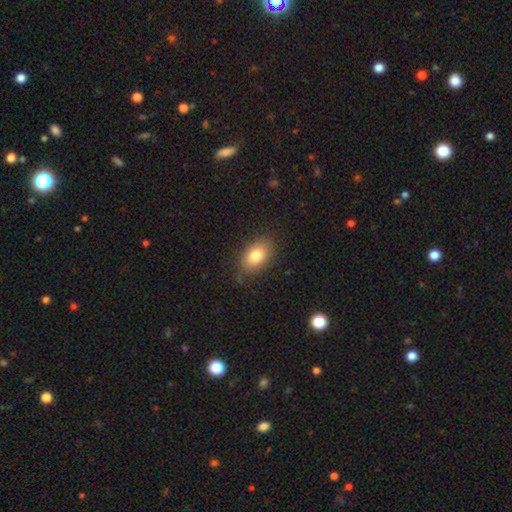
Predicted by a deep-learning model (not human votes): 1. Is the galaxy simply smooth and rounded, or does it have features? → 80% smooth, 11% featured or disk, 8% star or artifact.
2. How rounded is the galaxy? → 87% in between, 12% round, 2% cigar-shaped.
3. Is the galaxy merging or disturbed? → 82% none, 13% minor disturbance, 3% major disturbance, 1% merger.